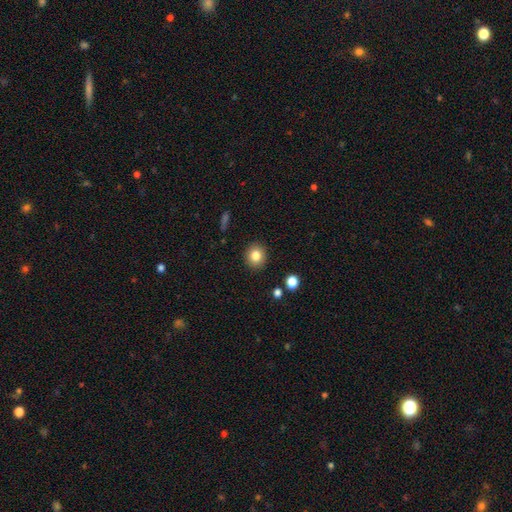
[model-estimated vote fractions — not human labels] This is clearly a smooth galaxy (82%). How rounded: clearly round (82%). Merging: clearly none (90%).